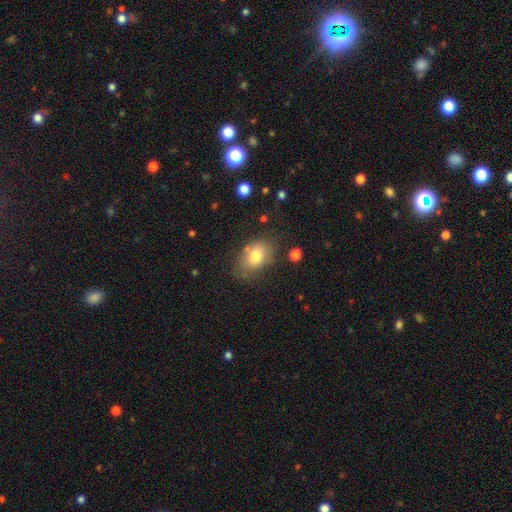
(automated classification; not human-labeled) smooth_or_featured: smooth (p=0.78) [alt: featured or disk p=0.13]
how_rounded: in between (p=0.80) [alt: round p=0.18]
merging: none (p=0.66) [alt: minor disturbance p=0.21]